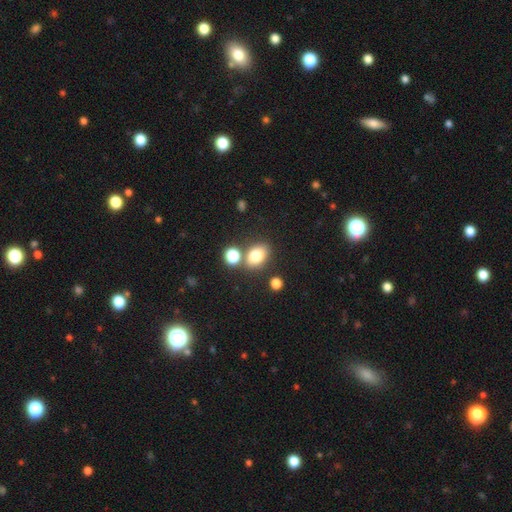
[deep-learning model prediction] A smooth galaxy with no disk features (78%) that is in between round and cigar-shaped (68%).

Vote fractions:
- Smooth or featured? smooth: 78% / star or artifact: 12% / featured or disk: 10%
- How rounded? in between: 68% / round: 30% / cigar-shaped: 1%
- Merging? none: 68% / merger: 16% / minor disturbance: 12% / major disturbance: 4%